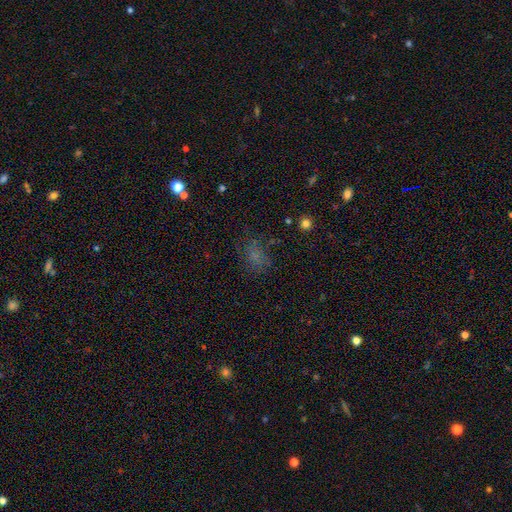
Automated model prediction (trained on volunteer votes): smooth 60%, star or artifact 27%, featured or disk 14%. Down the decision tree: how rounded — in between (63%); merging — none (67%).